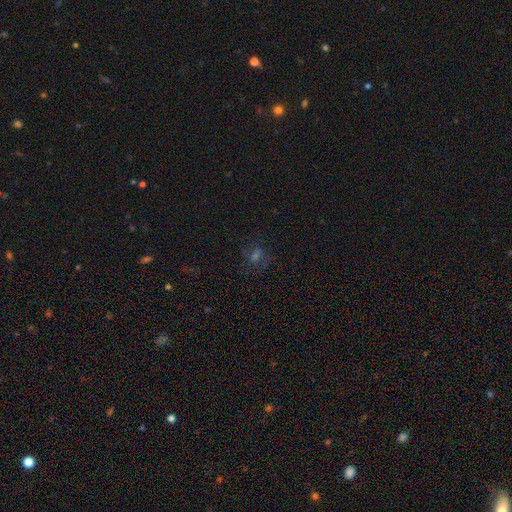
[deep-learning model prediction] The model was most divided on "smooth or featured": star or artifact: 41%, smooth: 36%, featured or disk: 23%.